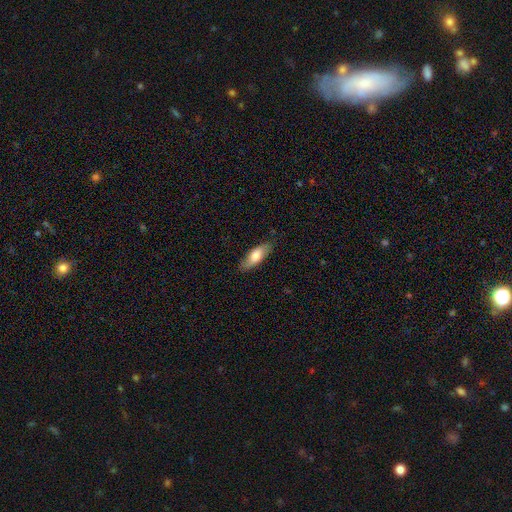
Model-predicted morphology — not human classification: Smooth or featured? smooth (72%)
How rounded? in between (67%)
Merging? none (83%)